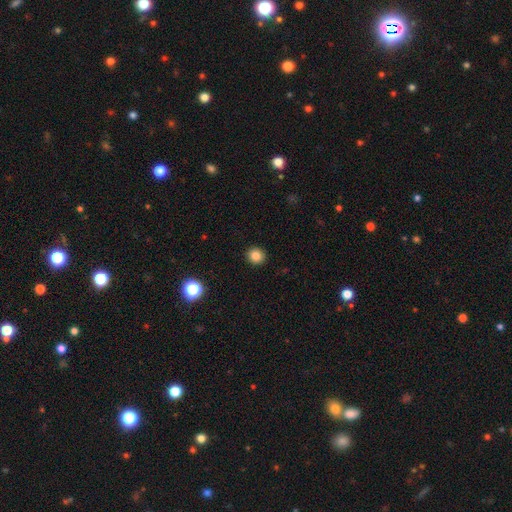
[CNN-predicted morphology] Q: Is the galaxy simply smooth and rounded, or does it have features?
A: smooth — 83%.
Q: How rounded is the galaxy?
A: round — 86%.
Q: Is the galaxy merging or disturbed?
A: none — 92%.